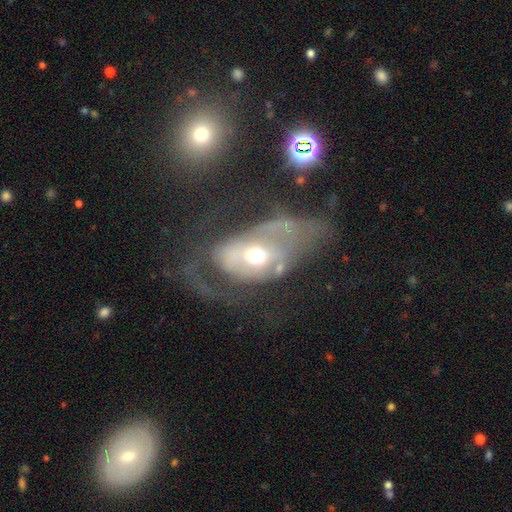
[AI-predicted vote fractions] Smooth or featured?
  - featured or disk: 69% *
  - smooth: 23%
  - star or artifact: 8%
Edge-on disk?
  - no: 93% *
  - yes: 7%
Bar?
  - no: 65% *
  - weak: 25%
  - strong: 10%
Spiral arms?
  - yes: 53% *
  - no: 47%
Bulge size?
  - moderate: 67% *
  - small: 23%
  - large: 7%
  - dominant: 1%
  - none: 1%
Merging?
  - major disturbance: 50% *
  - none: 25%
  - minor disturbance: 17%
  - merger: 8%